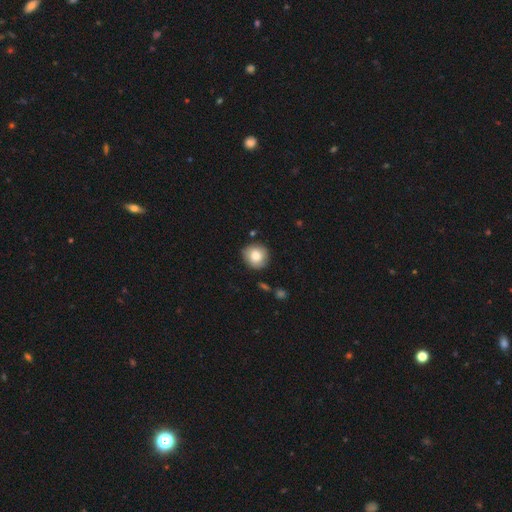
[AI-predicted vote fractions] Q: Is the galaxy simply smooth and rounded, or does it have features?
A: smooth — 81%.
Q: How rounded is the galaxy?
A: round — 89%.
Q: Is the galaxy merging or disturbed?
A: none — 82%.